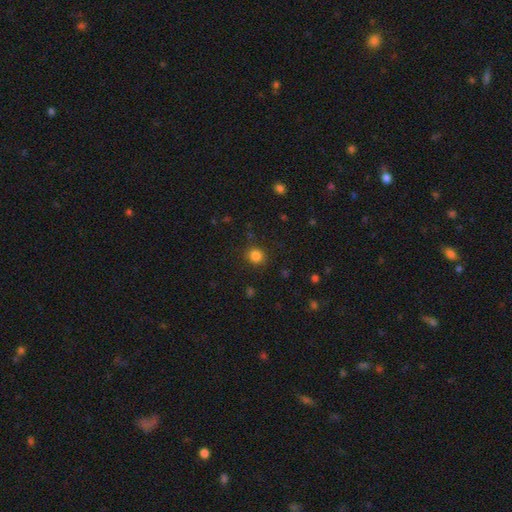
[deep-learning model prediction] A smooth galaxy with no disk features (83%) that is round (88%).

Vote fractions:
- Smooth or featured? smooth: 83% / star or artifact: 13% / featured or disk: 4%
- How rounded? round: 88% / in between: 11% / cigar-shaped: 1%
- Merging? none: 87% / minor disturbance: 8% / major disturbance: 3% / merger: 1%